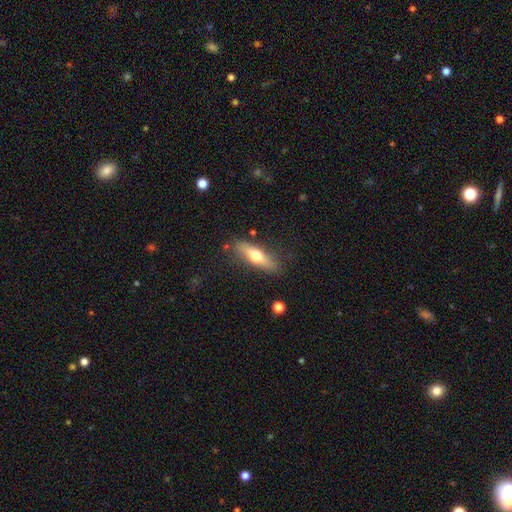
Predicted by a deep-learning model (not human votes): Overall: smooth (56%; featured or disk 38%). How rounded: cigar-shaped (61%; in between 36%). Merging: none (83%).